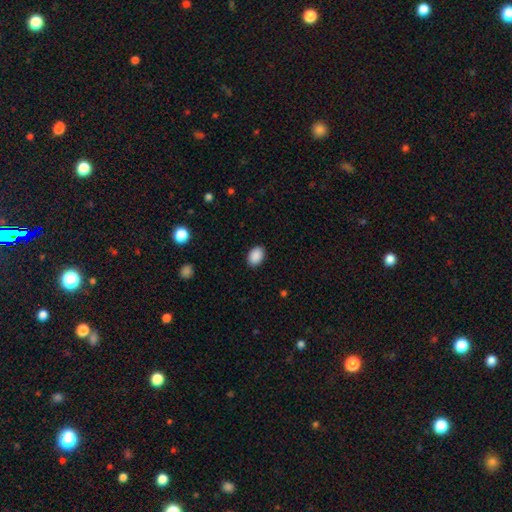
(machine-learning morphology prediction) The model was most divided on "how rounded": in between: 79%, round: 20%, cigar-shaped: 1%. More confident: smooth or featured — smooth (90%); merging — none (89%).